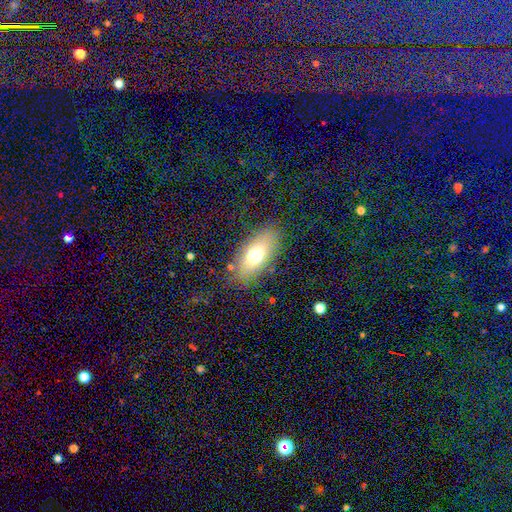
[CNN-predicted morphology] smooth 67%, featured or disk 22%, star or artifact 11%. Down the decision tree: how rounded — in between (82%); merging — none (81%).